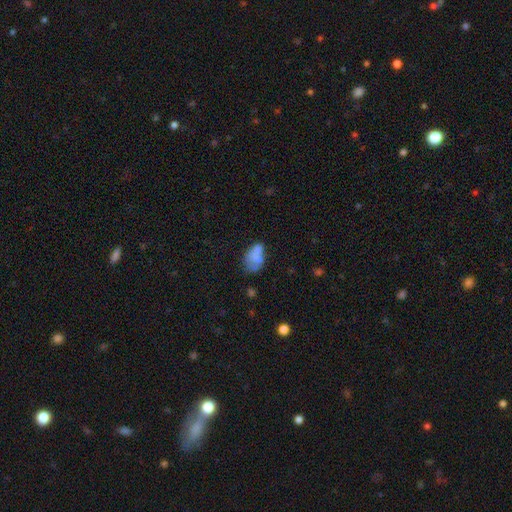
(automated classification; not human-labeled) Smooth or featured? smooth (63%)
How rounded? in between (85%)
Merging? none (32%)